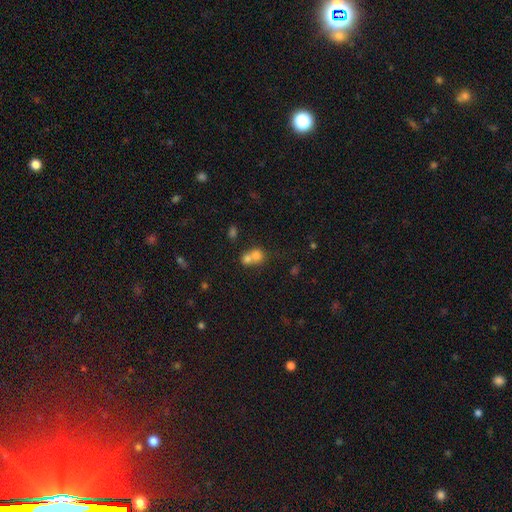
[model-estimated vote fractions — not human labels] This is likely a smooth galaxy (73%). How rounded: likely round (72%). Merging: likely merger (66%).